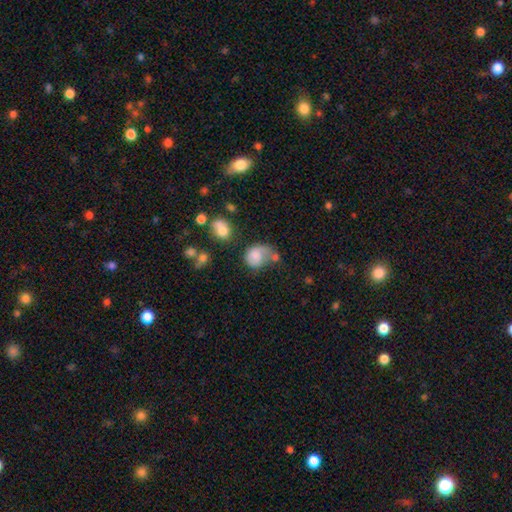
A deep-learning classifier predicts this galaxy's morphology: A smooth galaxy with no disk features (69%) that is round (56%).

Vote fractions:
- Smooth or featured? smooth: 69% / featured or disk: 22% / star or artifact: 9%
- How rounded? round: 56% / in between: 43% / cigar-shaped: 1%
- Merging? major disturbance: 35% / none: 28% / minor disturbance: 24% / merger: 14%